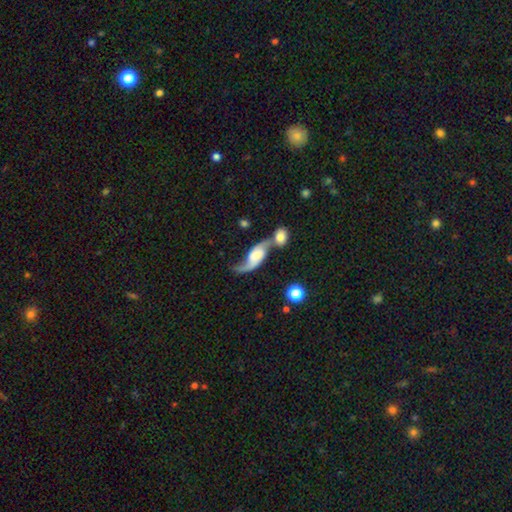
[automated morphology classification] The model was most divided on "bulge size": none: 30%, large: 21%, small: 21%, moderate: 21%, dominant: 6%. More confident: spiral arms — yes (93%); edge-on disk — no (91%); spiral arm count — 2 (84%); spiral winding — loose (84%); smooth or featured — featured or disk (74%); merging — merger (54%); bar — no (51%).